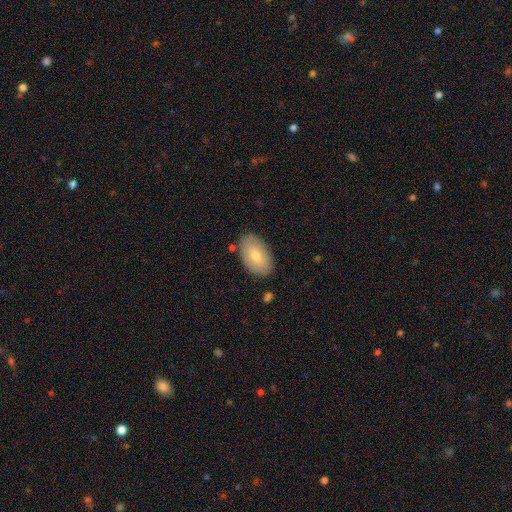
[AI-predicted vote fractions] Q: Smooth or featured?
A: smooth (71%); runner-up: featured or disk (22%)
Q: How rounded?
A: in between (93%); runner-up: round (6%)
Q: Merging?
A: none (84%); runner-up: minor disturbance (12%)